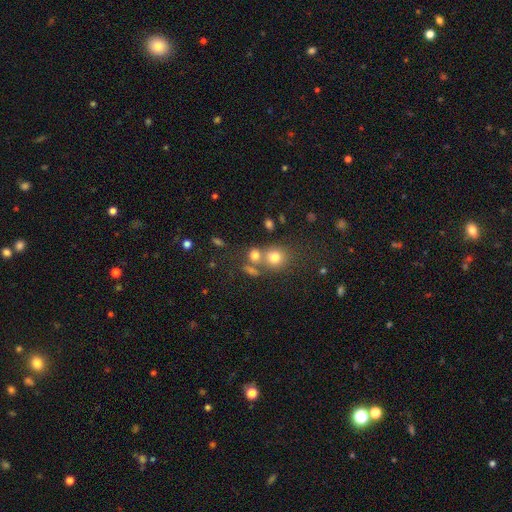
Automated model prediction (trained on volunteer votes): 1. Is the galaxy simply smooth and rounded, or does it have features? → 67% smooth, 20% star or artifact, 13% featured or disk.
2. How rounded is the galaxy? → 81% round, 18% in between, 1% cigar-shaped.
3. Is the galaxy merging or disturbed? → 52% none, 34% merger, 9% minor disturbance, 5% major disturbance.